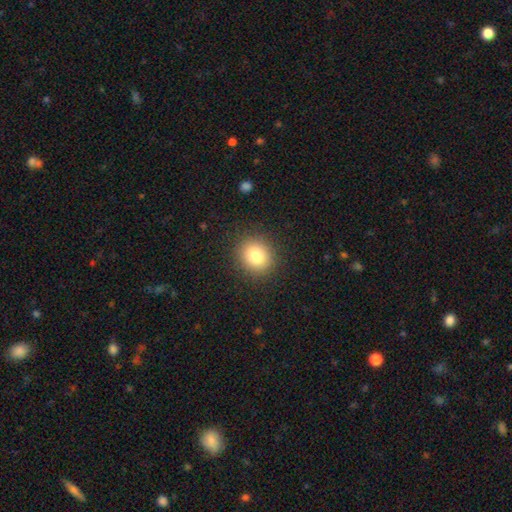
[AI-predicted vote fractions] A smooth galaxy with no disk features (81%) that is round (80%).

Vote fractions:
- Smooth or featured? smooth: 81% / star or artifact: 11% / featured or disk: 8%
- How rounded? round: 80% / in between: 19% / cigar-shaped: 1%
- Merging? none: 90% / minor disturbance: 7% / major disturbance: 3% / merger: 1%